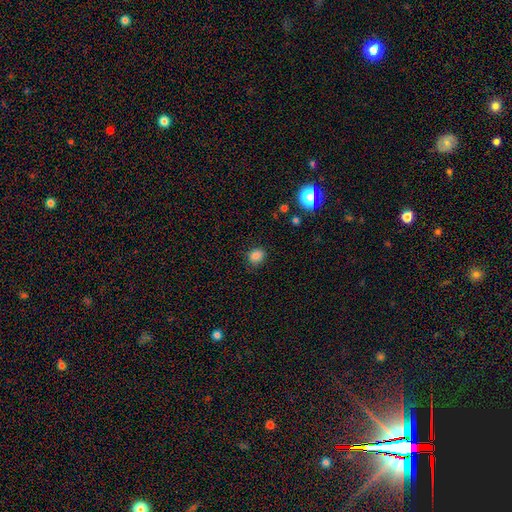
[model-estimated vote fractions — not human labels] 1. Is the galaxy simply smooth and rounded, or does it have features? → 82% smooth, 13% star or artifact, 5% featured or disk.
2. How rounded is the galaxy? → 73% round, 26% in between, 1% cigar-shaped.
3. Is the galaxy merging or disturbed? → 79% none, 16% minor disturbance, 3% major disturbance, 1% merger.